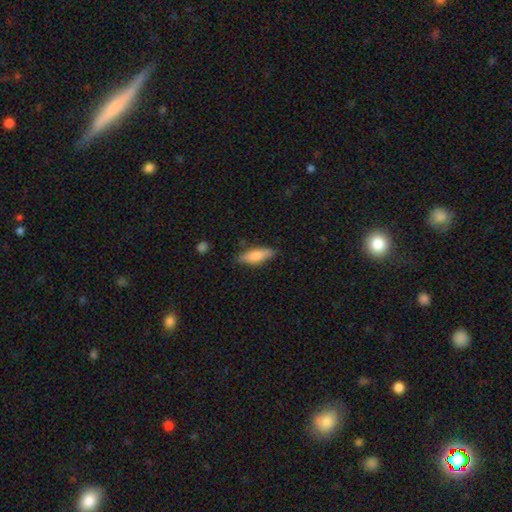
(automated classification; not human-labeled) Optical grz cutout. It shows a smooth galaxy with no disk features (80%) that is in between round and cigar-shaped (58%). Merging: none (79%).